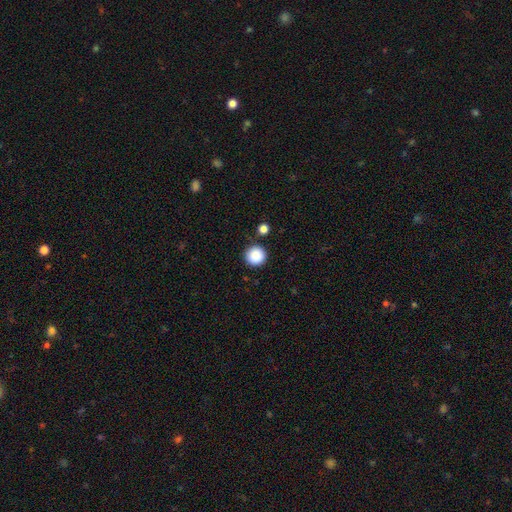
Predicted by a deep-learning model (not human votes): smooth 89%, star or artifact 9%, featured or disk 3%. Down the decision tree: how rounded — round (96%); merging — none (89%).